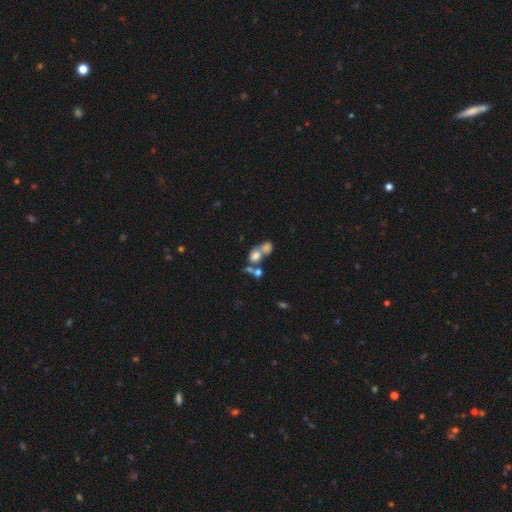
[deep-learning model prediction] smooth_or_featured: smooth (p=0.66) [alt: featured or disk p=0.20]
how_rounded: round (p=0.63) [alt: in between p=0.35]
merging: merger (p=0.58) [alt: none p=0.27]